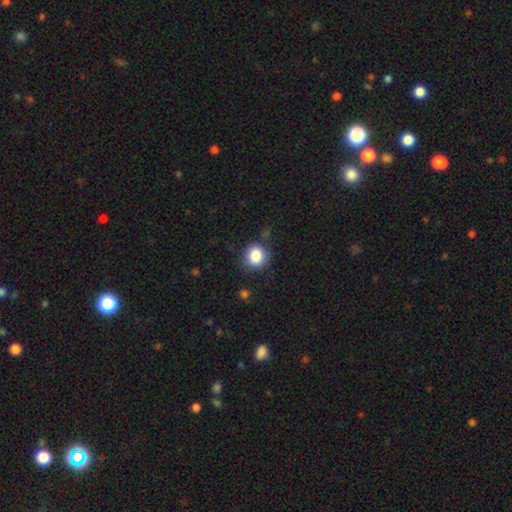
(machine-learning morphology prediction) smooth 85%, star or artifact 10%, featured or disk 5%. Down the decision tree: how rounded — round (76%); merging — none (76%).